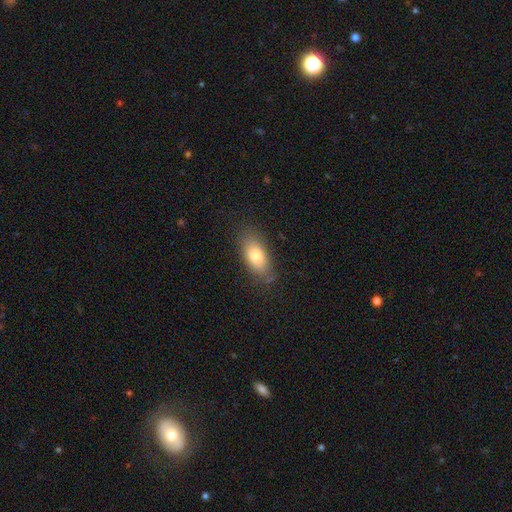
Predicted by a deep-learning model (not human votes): Smooth or featured? smooth (78%)
How rounded? in between (87%)
Merging? none (78%)